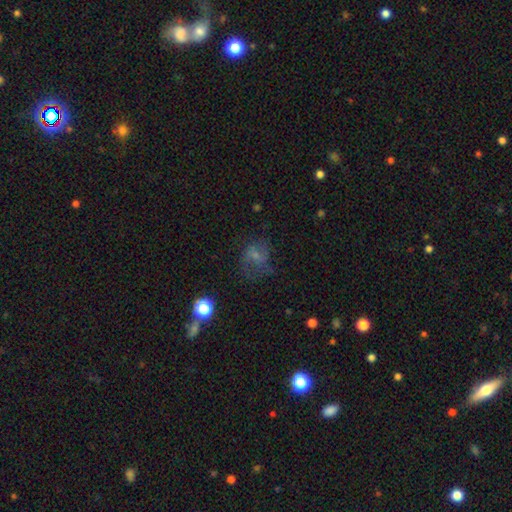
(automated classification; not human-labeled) Smooth or featured?
  - smooth: 44% *
  - featured or disk: 39%
  - star or artifact: 17%
Merging?
  - none: 46% *
  - major disturbance: 29%
  - minor disturbance: 22%
  - merger: 3%